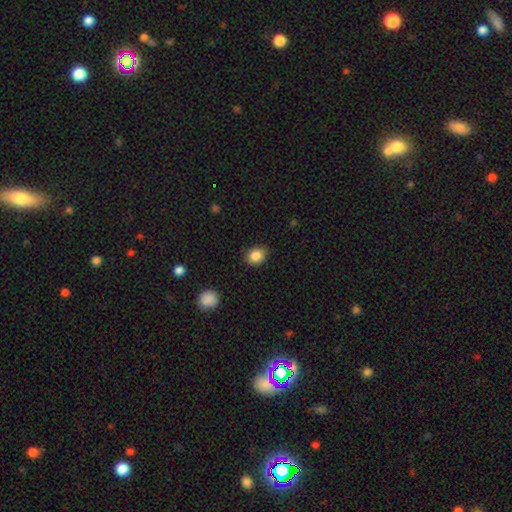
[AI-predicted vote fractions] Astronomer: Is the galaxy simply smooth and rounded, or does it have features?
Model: smooth — 86%.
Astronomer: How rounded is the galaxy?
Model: round — 60% (runner-up: in between, 39%).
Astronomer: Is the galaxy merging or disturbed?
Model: none — 85%.